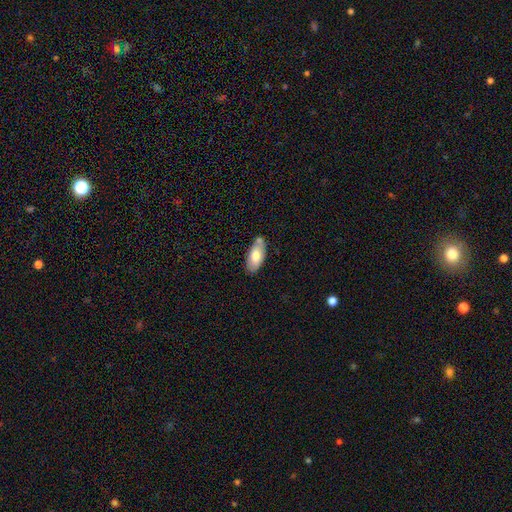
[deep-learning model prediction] This appears to be a smooth galaxy with no disk features (72%) that is in between round and cigar-shaped (90%). Merging: none (67%).